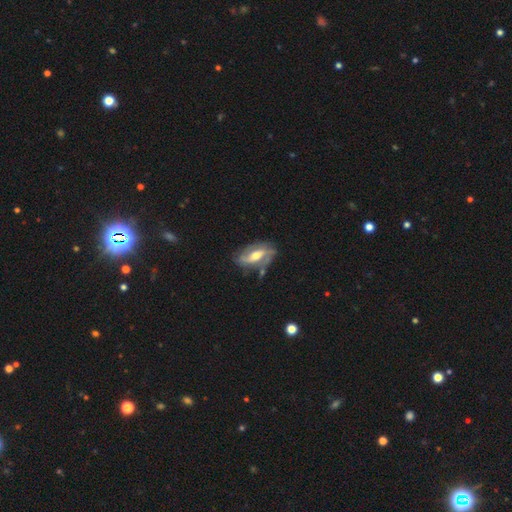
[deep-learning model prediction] Smooth or featured: featured or disk — 74% (smooth — 20%)
Edge-on disk: no — 90% (yes — 10%)
Bar: strong — 39% (weak — 38%)
Spiral arms: yes — 85% (no — 15%)
Spiral winding: medium — 40% (loose — 34%)
Spiral arm count: 2 — 80% (can't tell — 11%)
Bulge size: moderate — 69% (small — 21%)
Merging: none — 63% (minor disturbance — 23%)